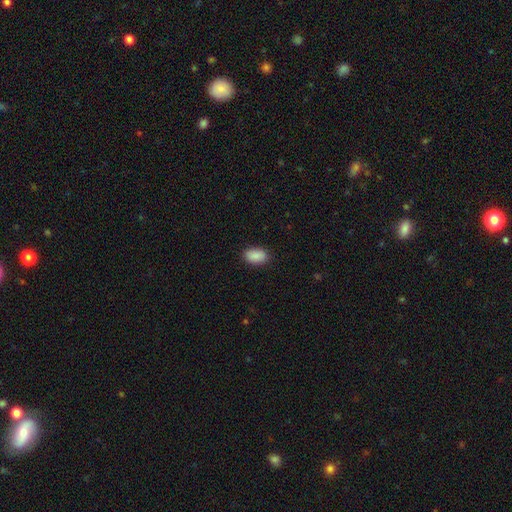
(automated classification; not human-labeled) smooth_or_featured: smooth (p=0.90) [alt: star or artifact p=0.07]
how_rounded: in between (p=0.92) [alt: round p=0.06]
merging: none (p=0.87) [alt: minor disturbance p=0.10]